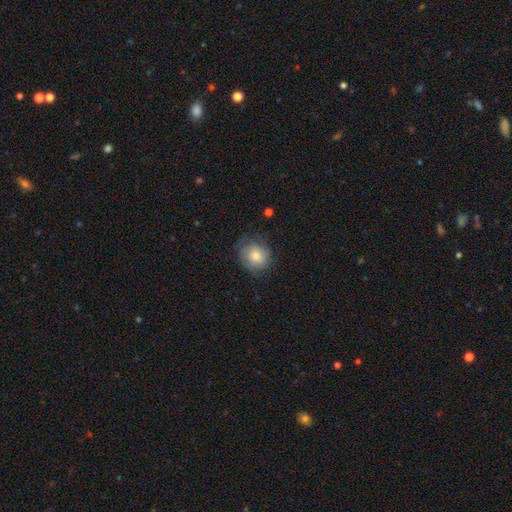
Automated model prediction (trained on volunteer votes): The model was most divided on "smooth or featured": smooth: 70%, featured or disk: 21%, star or artifact: 9%. More confident: how rounded — round (80%); merging — none (71%).